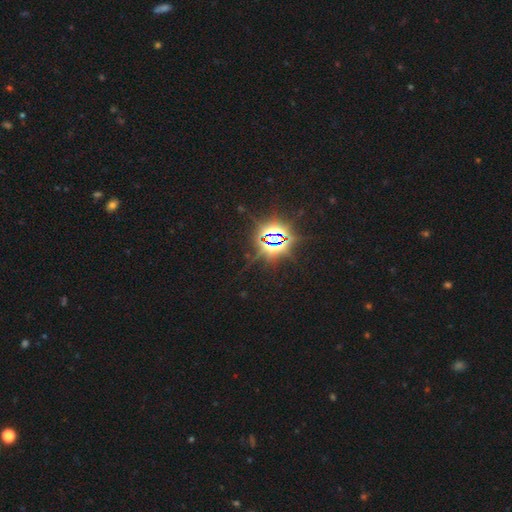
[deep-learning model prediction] Smooth or featured?
  - star or artifact: 85% *
  - smooth: 9%
  - featured or disk: 6%